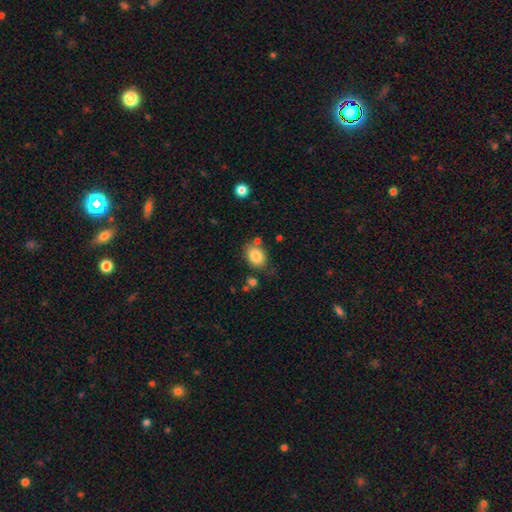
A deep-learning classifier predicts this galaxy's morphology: Q: Smooth or featured?
A: smooth (84%); runner-up: star or artifact (8%)
Q: How rounded?
A: in between (68%); runner-up: round (31%)
Q: Merging?
A: none (71%); runner-up: minor disturbance (16%)